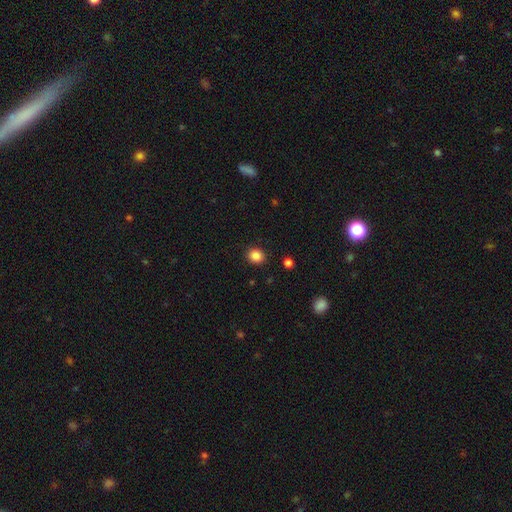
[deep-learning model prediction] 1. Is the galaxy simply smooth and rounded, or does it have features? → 86% smooth, 10% star or artifact, 3% featured or disk.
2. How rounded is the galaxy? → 75% round, 24% in between, 1% cigar-shaped.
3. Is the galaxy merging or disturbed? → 90% none, 6% minor disturbance, 2% major disturbance, 1% merger.